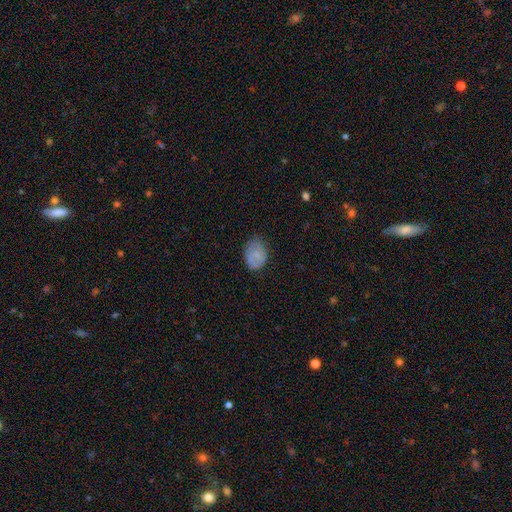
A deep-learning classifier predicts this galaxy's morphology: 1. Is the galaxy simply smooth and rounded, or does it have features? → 73% smooth, 18% featured or disk, 9% star or artifact.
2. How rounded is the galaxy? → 79% in between, 20% round, 1% cigar-shaped.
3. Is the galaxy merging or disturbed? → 65% none, 27% minor disturbance, 6% major disturbance, 1% merger.